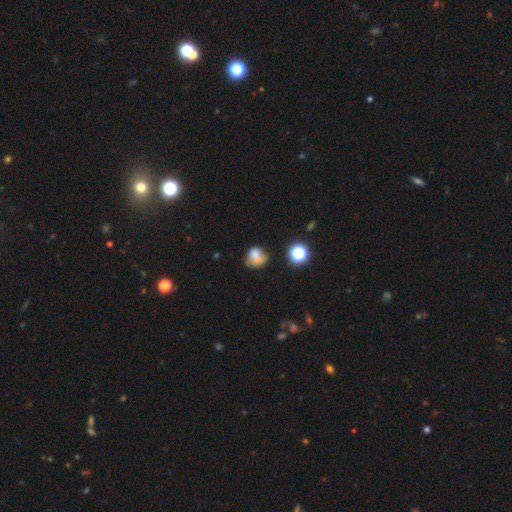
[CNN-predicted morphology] Overall: smooth (70%). How rounded: round (66%; in between 33%). Merging: none (44%; minor disturbance 29%).